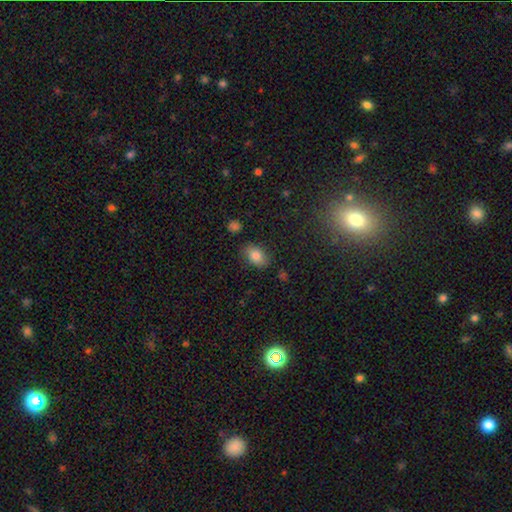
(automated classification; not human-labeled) A smooth galaxy with no disk features (81%) that is in between round and cigar-shaped (86%). Merging: none (80%).